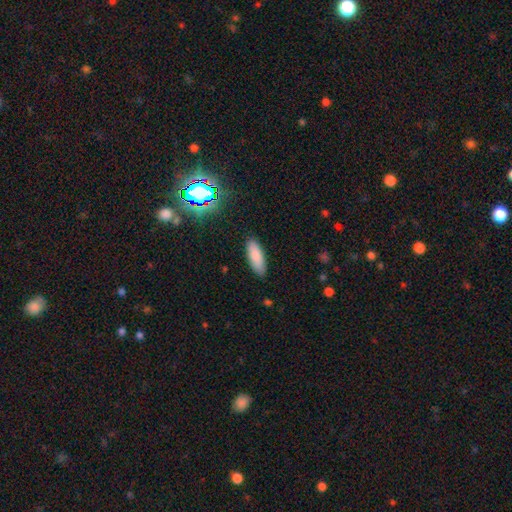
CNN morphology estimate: Overall: smooth (85%). How rounded: in between (67%; cigar-shaped 32%). Merging: none (88%).